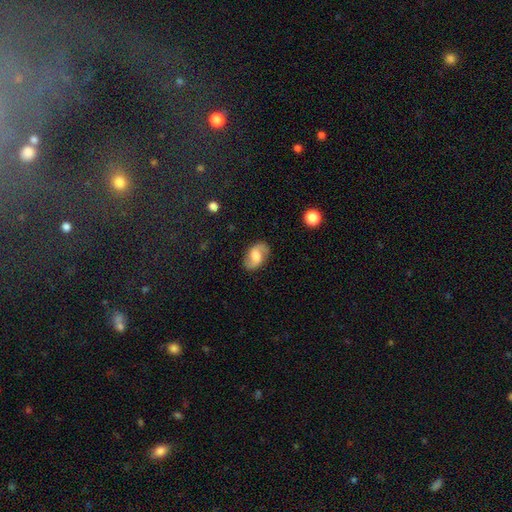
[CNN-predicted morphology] Q: Smooth or featured?
A: featured or disk (63%); runner-up: smooth (30%)
Q: Edge-on disk?
A: no (96%); runner-up: yes (4%)
Q: Bar?
A: weak (51%); runner-up: no (32%)
Q: Spiral arms?
A: yes (90%); runner-up: no (10%)
Q: Spiral winding?
A: loose (48%); runner-up: medium (39%)
Q: Spiral arm count?
A: 2 (90%); runner-up: can't tell (5%)
Q: Bulge size?
A: moderate (43%); runner-up: large (26%)
Q: Merging?
A: none (80%); runner-up: minor disturbance (14%)